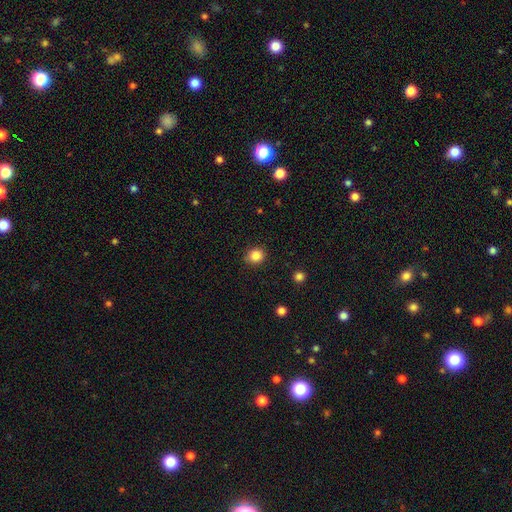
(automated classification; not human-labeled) The model was most divided on "how rounded": round: 78%, in between: 21%, cigar-shaped: 1%. More confident: merging — none (87%); smooth or featured — smooth (85%).